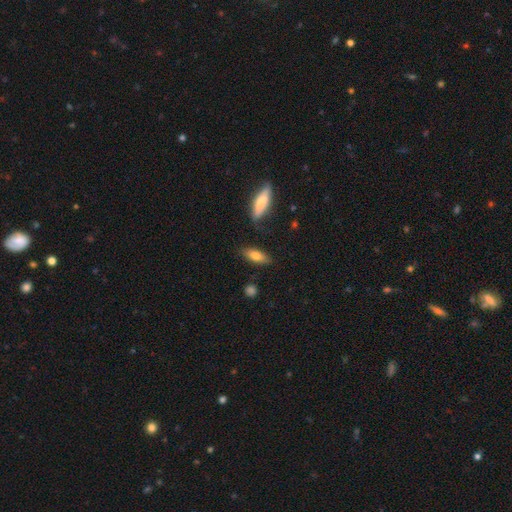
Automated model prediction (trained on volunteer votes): Smooth or featured: smooth — 75% (featured or disk — 18%)
How rounded: in between — 68% (cigar-shaped — 29%)
Merging: none — 81% (minor disturbance — 13%)